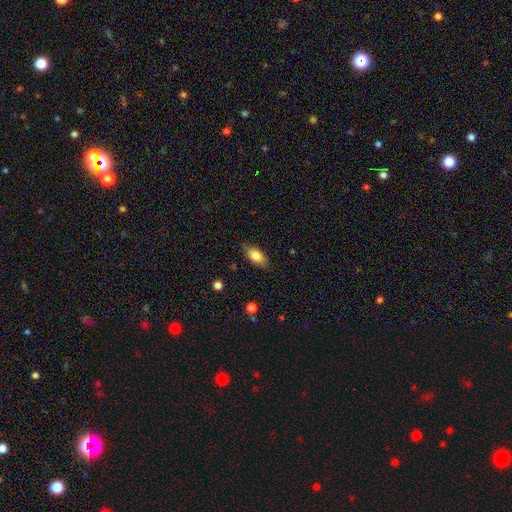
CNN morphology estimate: Smooth or featured: smooth — 79% (featured or disk — 14%)
How rounded: in between — 87% (cigar-shaped — 8%)
Merging: none — 80% (minor disturbance — 16%)